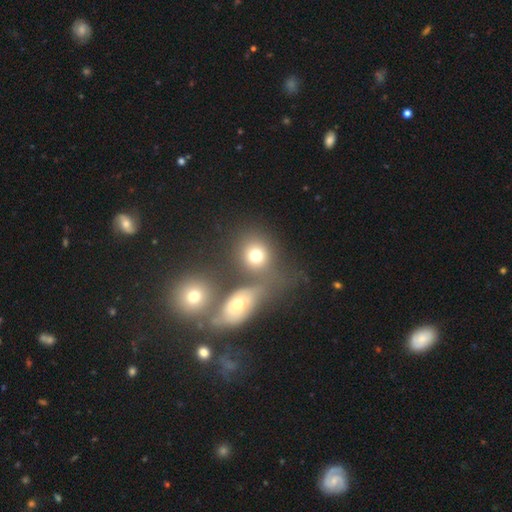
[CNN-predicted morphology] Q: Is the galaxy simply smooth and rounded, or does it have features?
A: smooth — 72%.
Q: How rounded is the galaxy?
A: round — 74%.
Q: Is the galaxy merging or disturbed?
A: none — 50%.